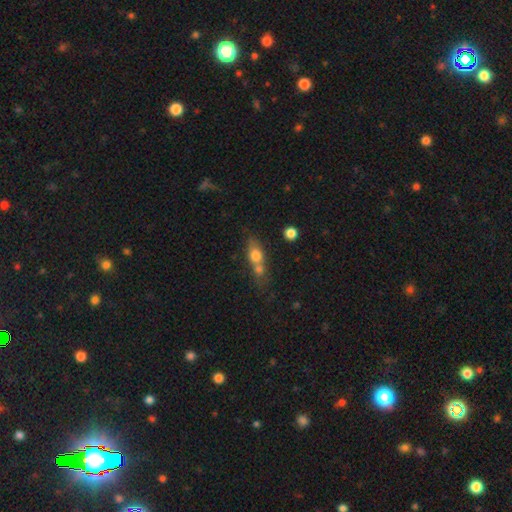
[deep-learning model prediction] smooth_or_featured: smooth (p=0.69) [alt: featured or disk p=0.22]
how_rounded: in between (p=0.54) [alt: round p=0.28]
merging: merger (p=0.50) [alt: none p=0.31]